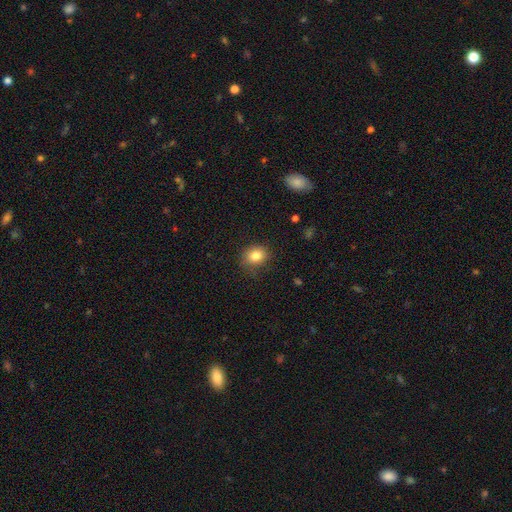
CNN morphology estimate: Overall: smooth (82%). How rounded: round (67%; in between 32%). Merging: none (79%).